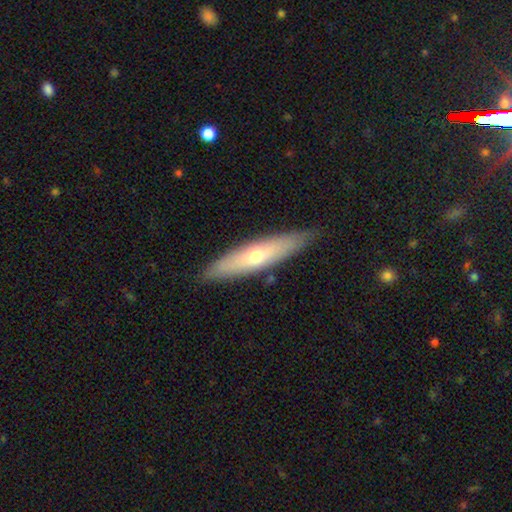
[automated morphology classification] Overall: smooth (52%; featured or disk 42%). How rounded: cigar-shaped (79%). Merging: none (86%).